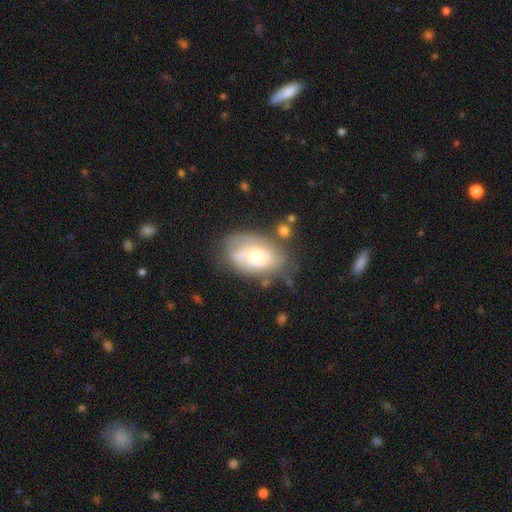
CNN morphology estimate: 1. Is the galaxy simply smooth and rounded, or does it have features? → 48% featured or disk, 44% smooth, 8% star or artifact.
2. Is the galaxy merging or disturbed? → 54% none, 26% minor disturbance, 12% major disturbance, 8% merger.